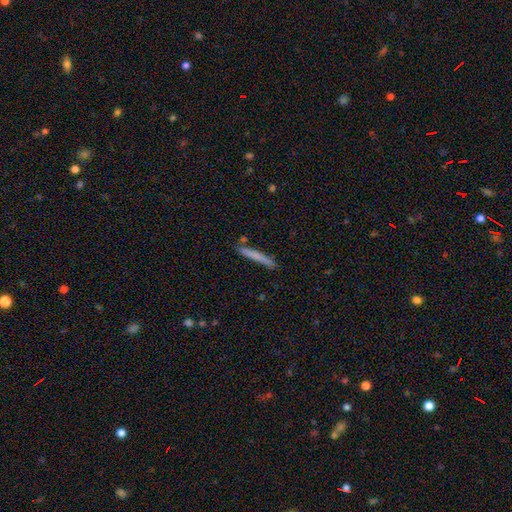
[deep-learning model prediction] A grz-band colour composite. It shows a smooth galaxy with no disk features (69%) that is cigar-shaped (96%). Merging: none (86%).